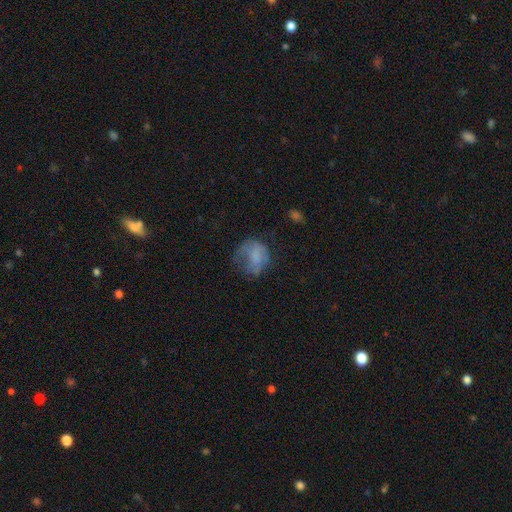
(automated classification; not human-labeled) A smooth galaxy with no disk features (57%) that is round (54%). Merging: none (37%).